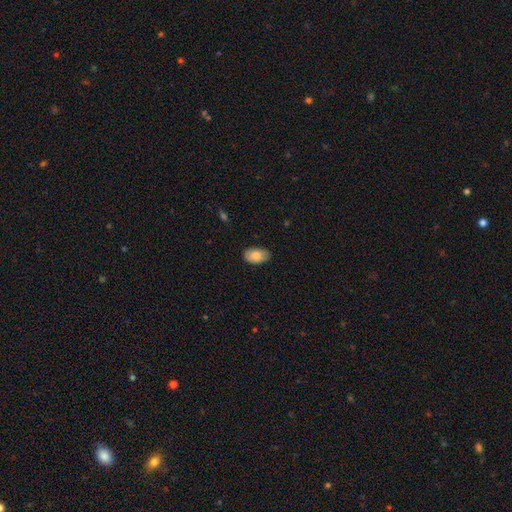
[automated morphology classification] This is clearly a smooth galaxy (80%). How rounded: clearly in between (92%). Merging: clearly none (83%).